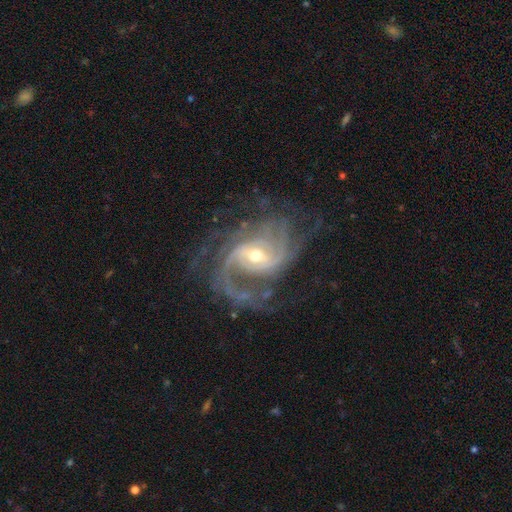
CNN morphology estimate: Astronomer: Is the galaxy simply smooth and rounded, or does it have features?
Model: featured or disk — 92%.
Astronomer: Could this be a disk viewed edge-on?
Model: no — 97%.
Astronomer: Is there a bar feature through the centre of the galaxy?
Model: weak — 46% (runner-up: no, 30%).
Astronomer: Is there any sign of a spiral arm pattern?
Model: yes — 98%.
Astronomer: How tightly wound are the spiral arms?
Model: medium — 46% (runner-up: tight, 31%).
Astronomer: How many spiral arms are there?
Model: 2 — 36% (runner-up: 3, 20%).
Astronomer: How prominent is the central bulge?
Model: moderate — 51% (runner-up: small, 44%).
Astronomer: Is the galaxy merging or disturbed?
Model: none — 60%.